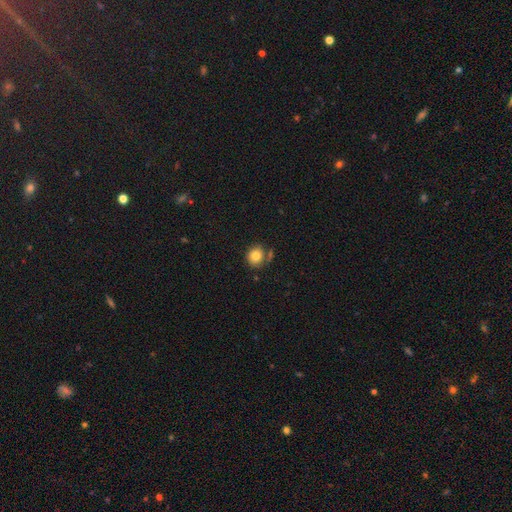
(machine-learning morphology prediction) smooth 81%, featured or disk 10%, star or artifact 9%. Down the decision tree: how rounded — round (79%); merging — none (70%).